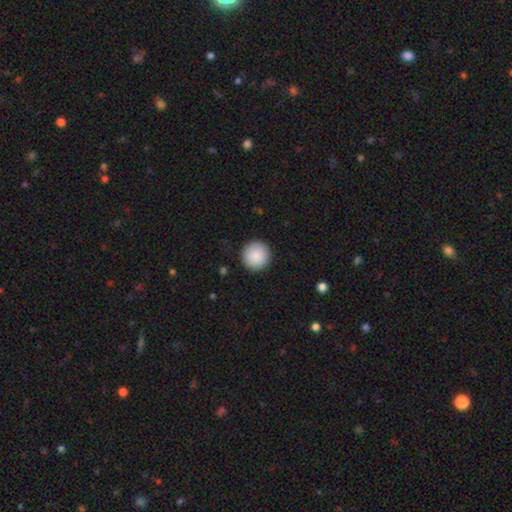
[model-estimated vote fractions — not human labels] Smooth or featured? Predicted: smooth (p=0.90). How rounded? Predicted: round (p=0.96). Merging? Predicted: none (p=0.93).